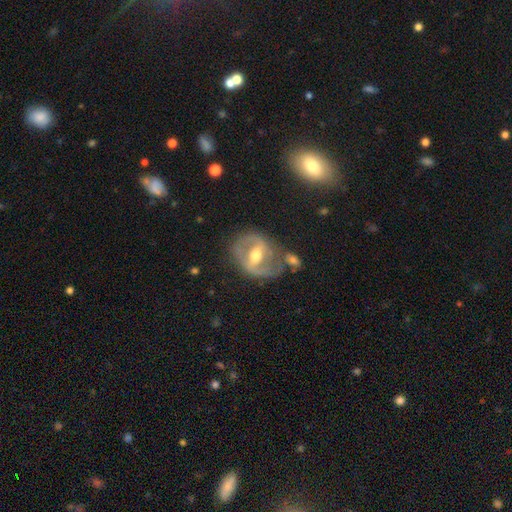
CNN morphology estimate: This appears to be a featured or disk galaxy (77%) with a strong bar (47%), spiral arms (64%) and a moderate central bulge (75%). Merging: none (58%).